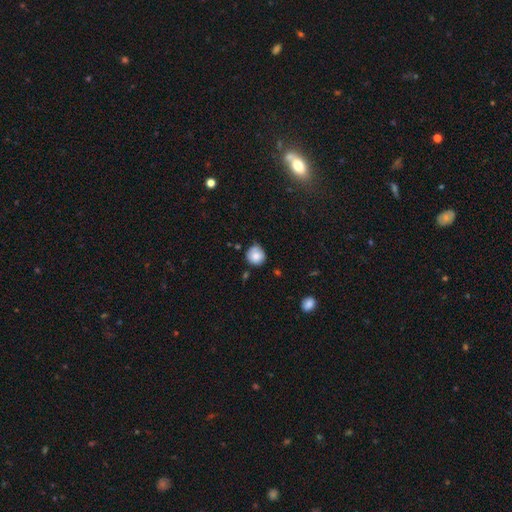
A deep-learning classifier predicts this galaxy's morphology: Smooth or featured: smooth — 82% (featured or disk — 10%)
How rounded: round — 91% (in between — 8%)
Merging: none — 66% (minor disturbance — 25%)